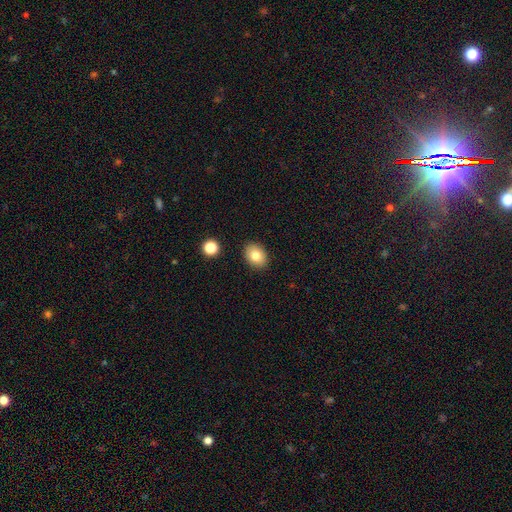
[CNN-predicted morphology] Q: Smooth or featured?
A: smooth (81%); runner-up: featured or disk (9%)
Q: How rounded?
A: in between (68%); runner-up: round (31%)
Q: Merging?
A: none (89%); runner-up: minor disturbance (8%)